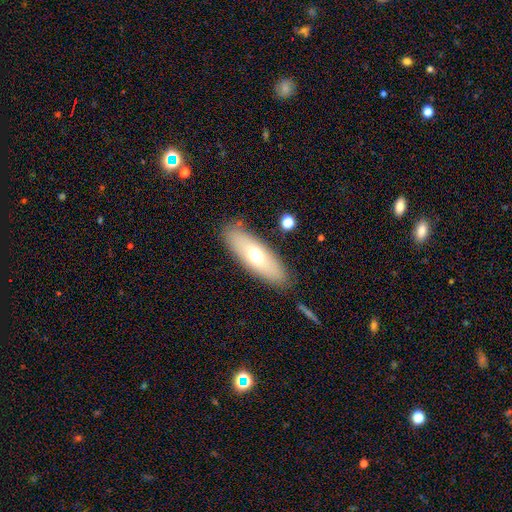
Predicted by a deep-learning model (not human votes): Q: Smooth or featured?
A: smooth (62%); runner-up: featured or disk (32%)
Q: How rounded?
A: in between (62%); runner-up: cigar-shaped (36%)
Q: Merging?
A: none (84%); runner-up: minor disturbance (10%)